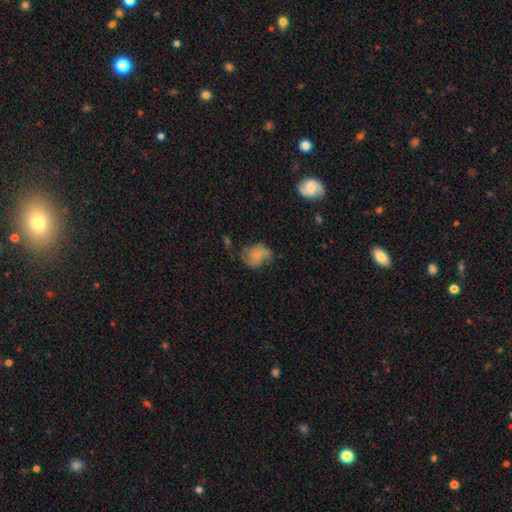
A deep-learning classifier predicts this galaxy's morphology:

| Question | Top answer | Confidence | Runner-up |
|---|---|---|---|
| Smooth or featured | featured or disk | 49% | smooth (42%) |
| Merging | none | 51% | minor disturbance (29%) |